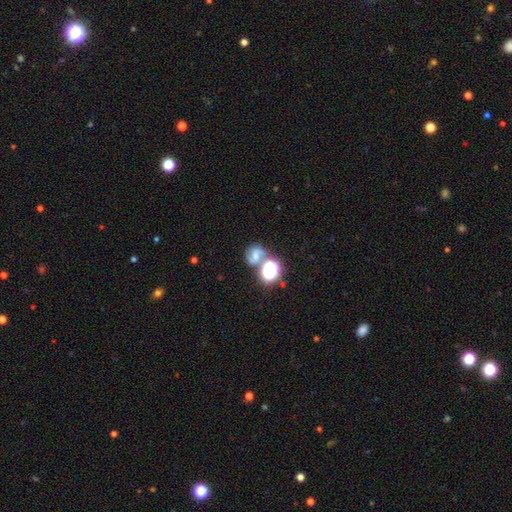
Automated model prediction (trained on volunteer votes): smooth_or_featured: featured or disk (p=0.42) [alt: smooth p=0.36]
merging: none (p=0.46) [alt: merger p=0.33]